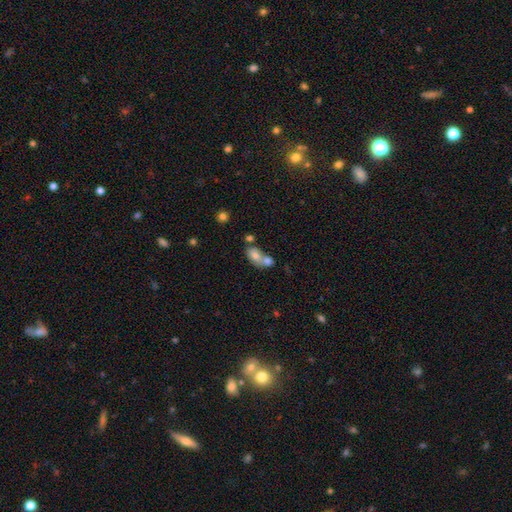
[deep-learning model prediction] A smooth galaxy with no disk features (72%) that is in between round and cigar-shaped (79%). Merging: merger (66%).